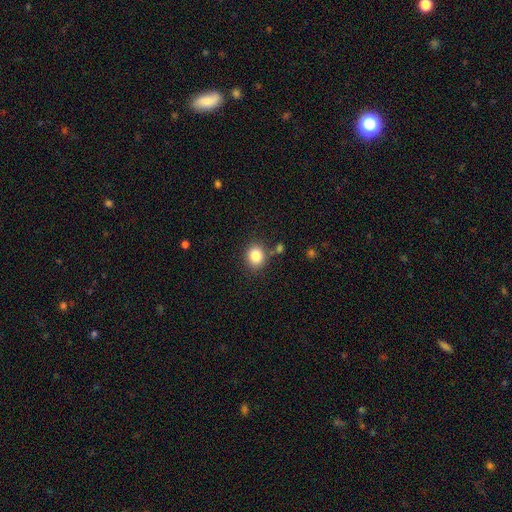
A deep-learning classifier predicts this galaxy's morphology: This is clearly a smooth galaxy (84%). How rounded: likely round (69%). Merging: likely none (78%).